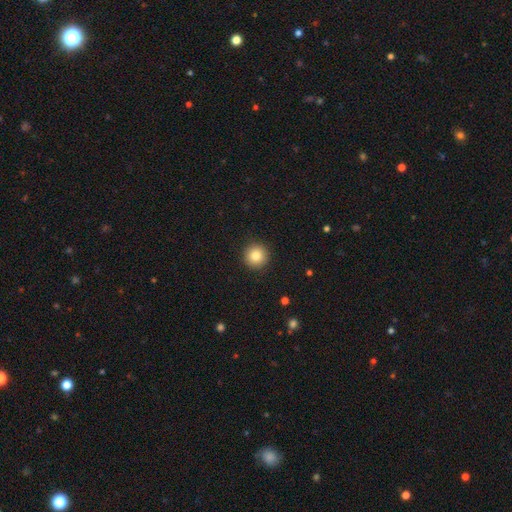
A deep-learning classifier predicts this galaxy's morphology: This is clearly a smooth galaxy (84%). How rounded: clearly round (95%). Merging: clearly none (92%).